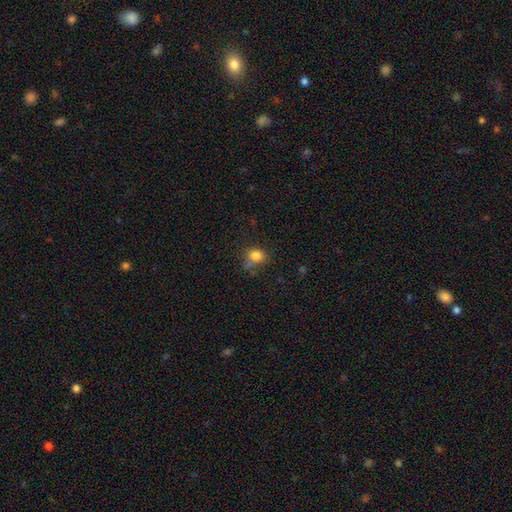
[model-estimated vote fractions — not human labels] Smooth or featured: smooth — 82% (star or artifact — 12%)
How rounded: round — 62% (in between — 37%)
Merging: none — 58% (minor disturbance — 24%)